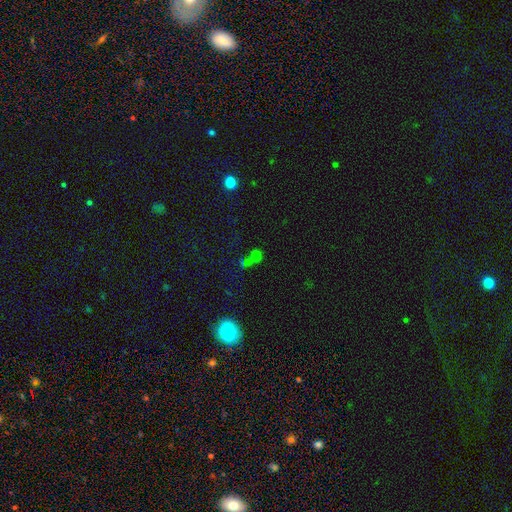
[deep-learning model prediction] Overall: smooth (47%; star or artifact 38%). Merging: merger (43%; none 34%).